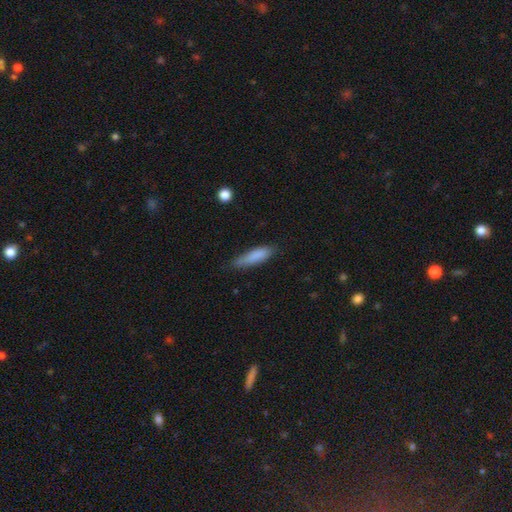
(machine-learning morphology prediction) Smooth or featured?
  - smooth: 84% *
  - featured or disk: 10%
  - star or artifact: 6%
How rounded?
  - cigar-shaped: 67% *
  - in between: 32%
  - round: 2%
Merging?
  - none: 68% *
  - minor disturbance: 25%
  - major disturbance: 5%
  - merger: 2%